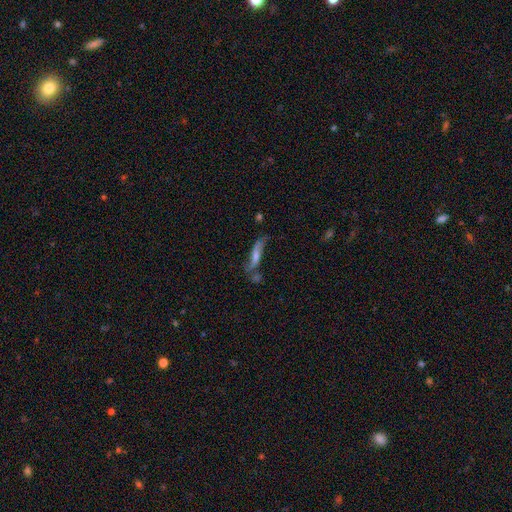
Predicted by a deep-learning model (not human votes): A featured or disk galaxy (57%).

Vote fractions:
- Smooth or featured? featured or disk: 57% / smooth: 35% / star or artifact: 9%
- Edge-on disk? no: 54% / yes: 46%
- Merging? none: 49% / minor disturbance: 23% / major disturbance: 14% / merger: 13%